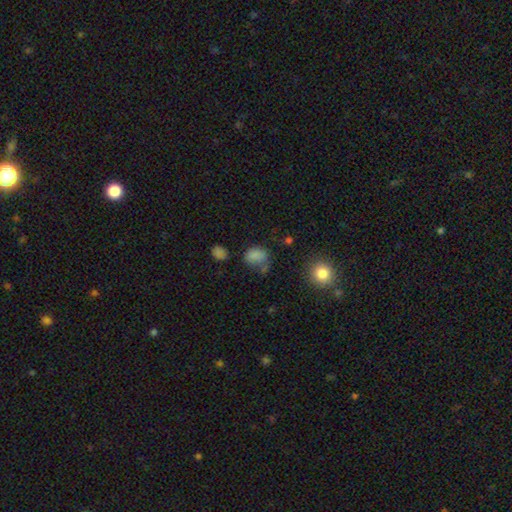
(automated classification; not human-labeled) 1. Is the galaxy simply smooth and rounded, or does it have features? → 77% smooth, 15% star or artifact, 8% featured or disk.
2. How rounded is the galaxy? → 64% in between, 35% round, 1% cigar-shaped.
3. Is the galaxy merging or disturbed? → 48% none, 25% minor disturbance, 15% major disturbance, 11% merger.